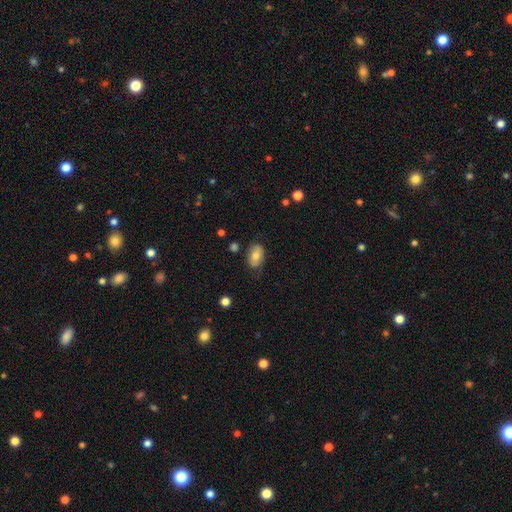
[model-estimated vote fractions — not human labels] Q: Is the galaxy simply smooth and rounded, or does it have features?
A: smooth — 70%.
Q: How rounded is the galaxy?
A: in between — 89%.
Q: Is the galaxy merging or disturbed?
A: none — 72%.